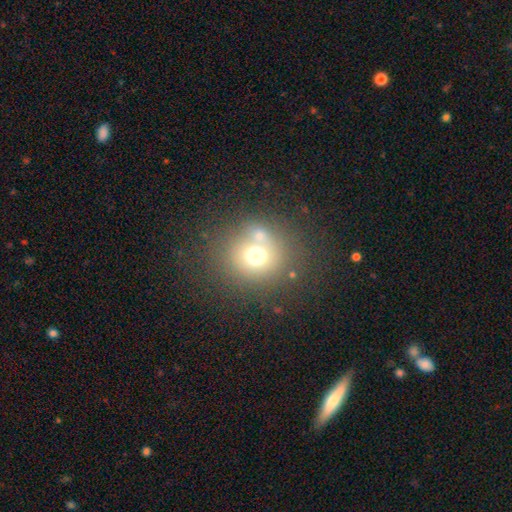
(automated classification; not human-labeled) smooth_or_featured: smooth (p=0.66) [alt: star or artifact p=0.17]
how_rounded: round (p=0.84) [alt: in between p=0.15]
merging: none (p=0.58) [alt: merger p=0.25]